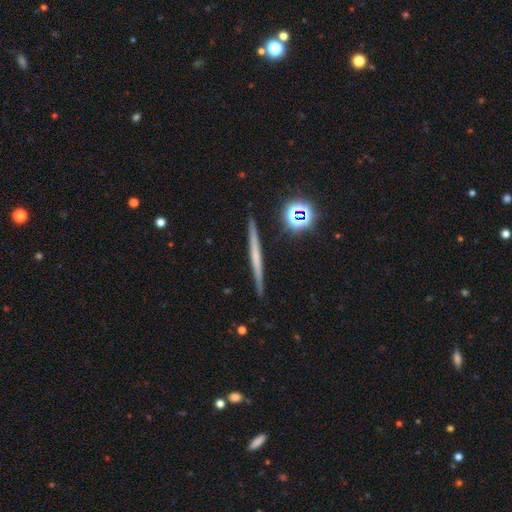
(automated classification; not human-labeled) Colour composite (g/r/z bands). It shows a featured or disk galaxy (52%) viewed edge-on (97%) with no central bulge (85%). Merging: none (91%).